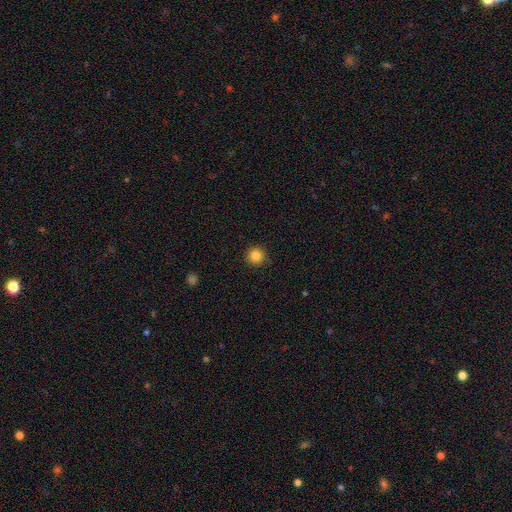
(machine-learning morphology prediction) This is clearly a smooth galaxy (83%). How rounded: clearly round (95%). Merging: clearly none (91%).